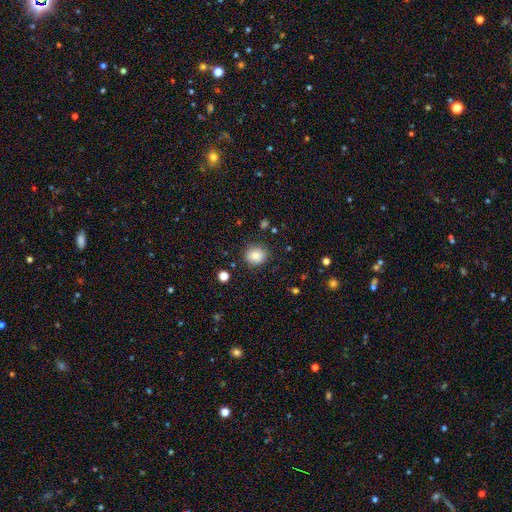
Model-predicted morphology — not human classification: Smooth or featured?
  - smooth: 82% *
  - star or artifact: 10%
  - featured or disk: 8%
How rounded?
  - round: 83% *
  - in between: 16%
  - cigar-shaped: 1%
Merging?
  - none: 85% *
  - minor disturbance: 10%
  - major disturbance: 3%
  - merger: 2%